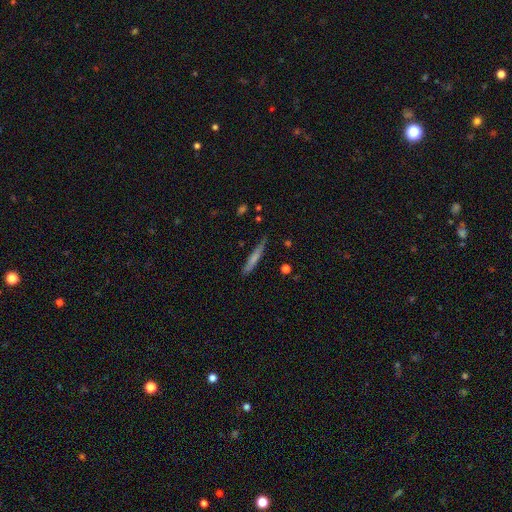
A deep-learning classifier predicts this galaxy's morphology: smooth 49%, featured or disk 43%, star or artifact 8%. Down the decision tree: merging — none (86%).